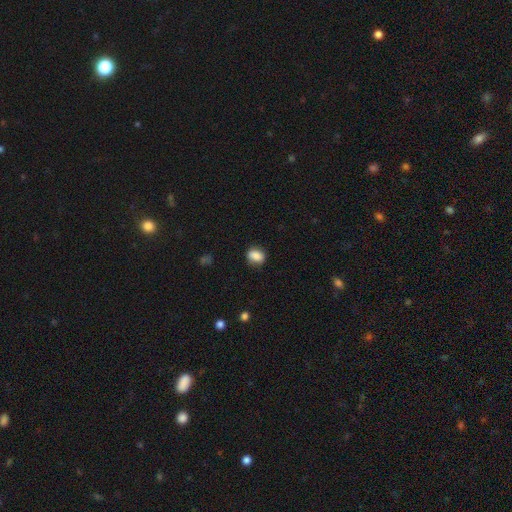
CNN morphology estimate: smooth_or_featured: smooth (p=0.87) [alt: star or artifact p=0.08]
how_rounded: in between (p=0.62) [alt: round p=0.36]
merging: none (p=0.82) [alt: minor disturbance p=0.14]